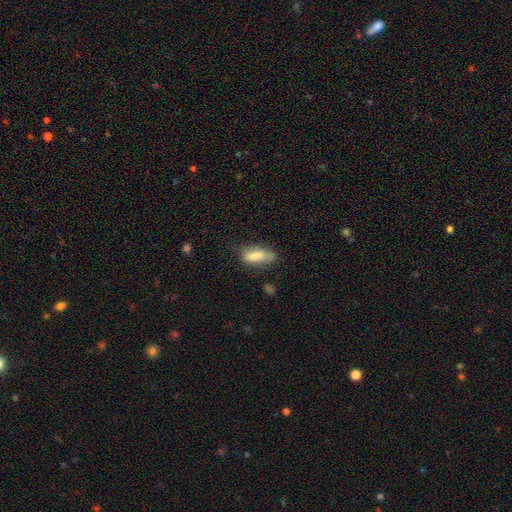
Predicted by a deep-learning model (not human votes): This is likely a smooth galaxy (79%). How rounded: likely in between (78%). Merging: possibly none (58%).